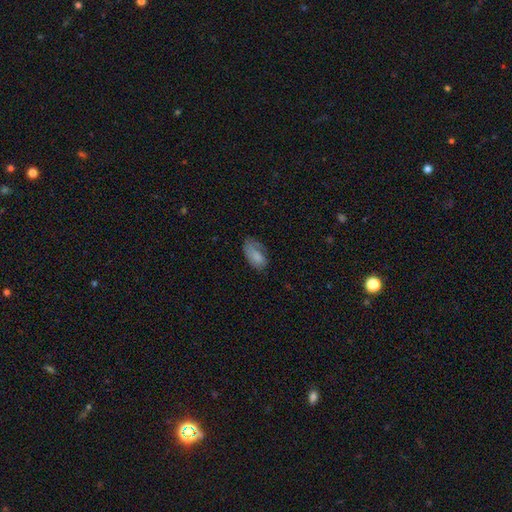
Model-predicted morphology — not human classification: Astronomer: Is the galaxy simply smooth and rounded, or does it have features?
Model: smooth — 79%.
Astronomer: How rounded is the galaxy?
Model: in between — 93%.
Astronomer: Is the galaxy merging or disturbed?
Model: none — 54% (runner-up: minor disturbance, 31%).